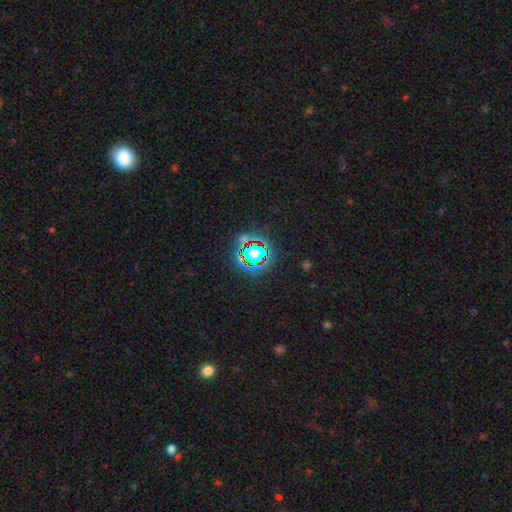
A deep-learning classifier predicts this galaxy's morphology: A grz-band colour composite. It shows a star or artifact, not a galaxy (69%).